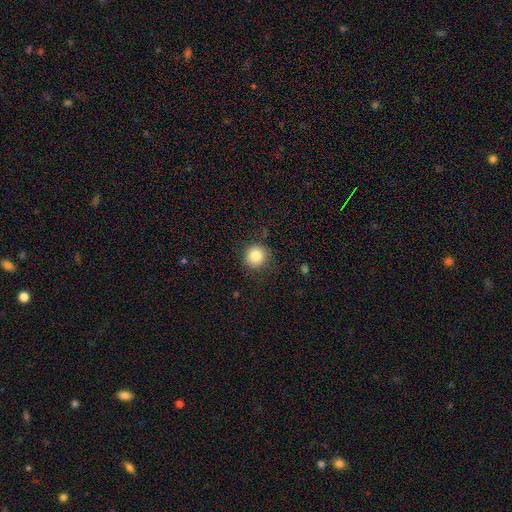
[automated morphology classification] Smooth or featured?
  - smooth: 83% *
  - star or artifact: 10%
  - featured or disk: 6%
How rounded?
  - round: 93% *
  - in between: 6%
  - cigar-shaped: 1%
Merging?
  - none: 85% *
  - minor disturbance: 11%
  - major disturbance: 3%
  - merger: 1%